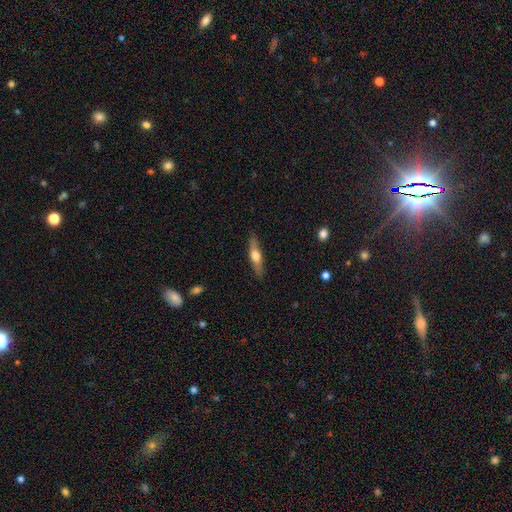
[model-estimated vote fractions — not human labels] This is possibly a featured or disk galaxy (48%). Merging: clearly none (87%).